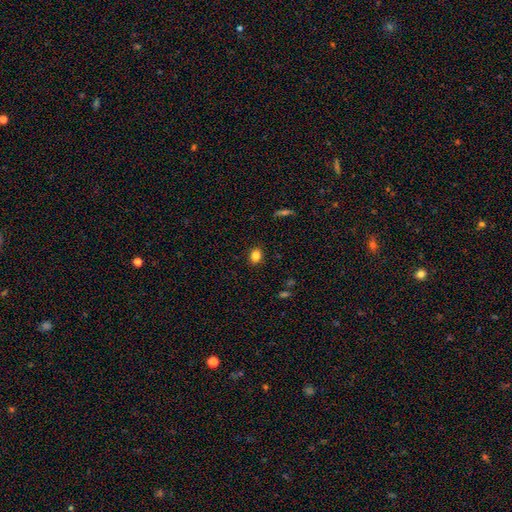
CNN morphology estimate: Smooth or featured: smooth — 84% (star or artifact — 10%)
How rounded: in between — 54% (round — 45%)
Merging: none — 89% (minor disturbance — 8%)